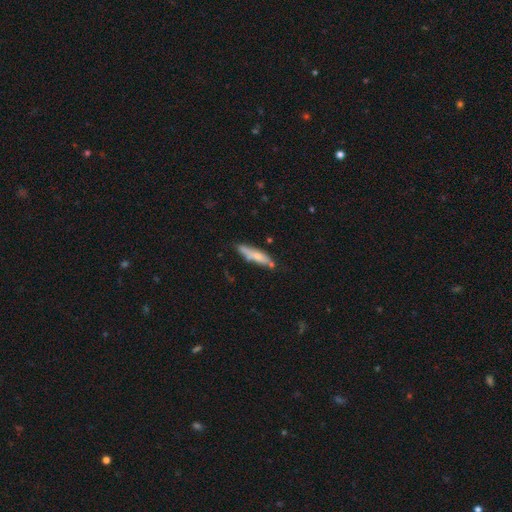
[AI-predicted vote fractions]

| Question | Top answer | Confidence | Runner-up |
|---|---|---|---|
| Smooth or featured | smooth | 63% | featured or disk (31%) |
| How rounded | cigar-shaped | 80% | in between (18%) |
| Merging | none | 64% | minor disturbance (22%) |